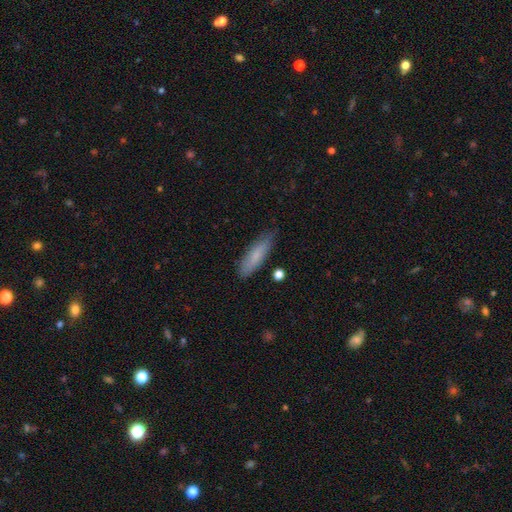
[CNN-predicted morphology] Smooth or featured?
  - smooth: 76% *
  - featured or disk: 18%
  - star or artifact: 6%
How rounded?
  - cigar-shaped: 61% *
  - in between: 38%
  - round: 2%
Merging?
  - none: 79% *
  - minor disturbance: 17%
  - major disturbance: 3%
  - merger: 2%